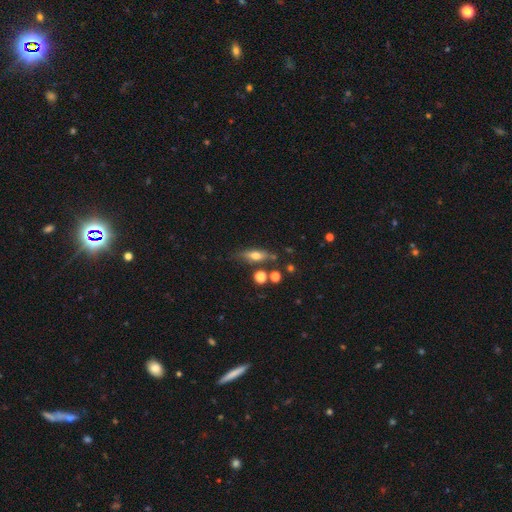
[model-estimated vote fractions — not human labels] Q: Smooth or featured?
A: smooth (52%); runner-up: featured or disk (38%)
Q: How rounded?
A: in between (50%); runner-up: cigar-shaped (44%)
Q: Merging?
A: none (69%); runner-up: minor disturbance (18%)